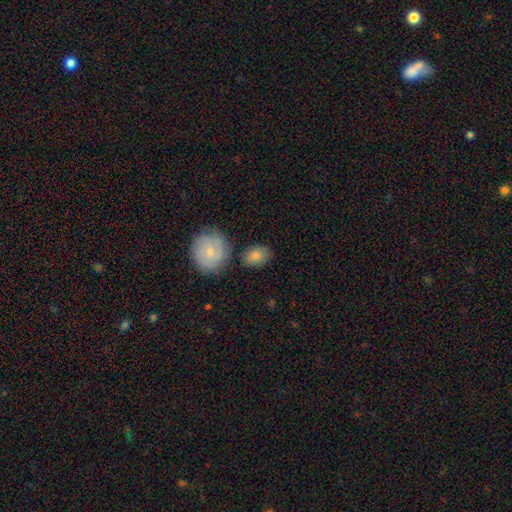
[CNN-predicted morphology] A smooth galaxy with no disk features (80%) that is in between round and cigar-shaped (62%). Merging: none (76%).